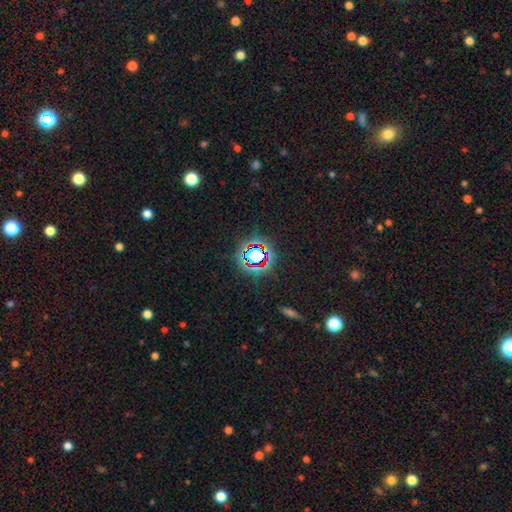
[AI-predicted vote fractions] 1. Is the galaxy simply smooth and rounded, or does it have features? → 68% star or artifact, 21% smooth, 11% featured or disk.